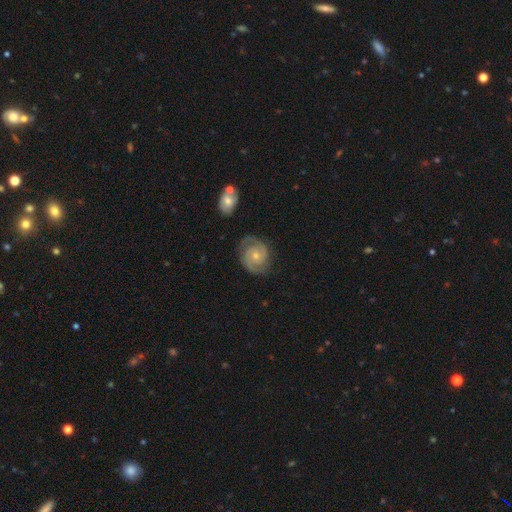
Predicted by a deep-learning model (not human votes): Overall: featured or disk (88%). Edge-on disk: no (98%). Bar: no (69%). Spiral arms: yes (98%). Spiral arm count: 2 (90%). Spiral winding: tight (54%; medium 39%). Bulge size: small (59%; moderate 36%). Merging: none (81%).